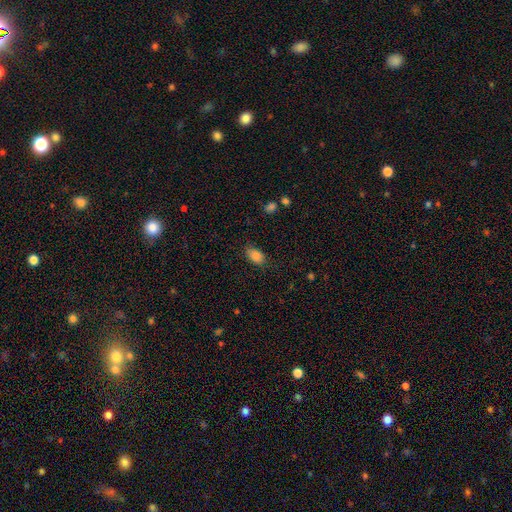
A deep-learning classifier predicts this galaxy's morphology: This appears to be a smooth galaxy with no disk features (85%) that is in between round and cigar-shaped (88%). Merging: none (80%).